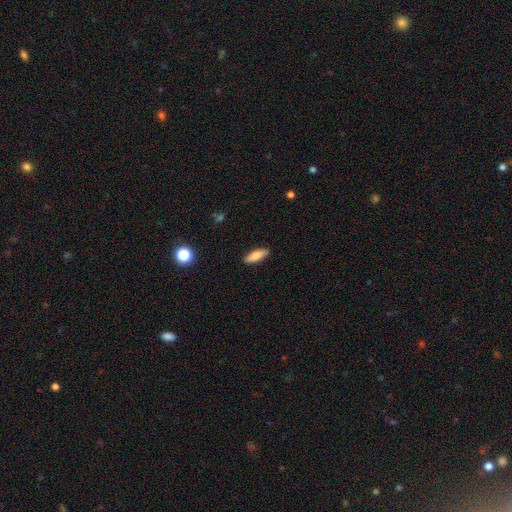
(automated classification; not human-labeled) Smooth or featured? smooth (82%)
How rounded? in between (53%)
Merging? none (87%)